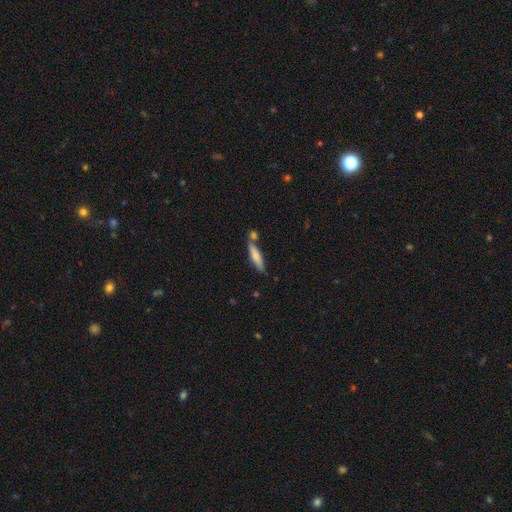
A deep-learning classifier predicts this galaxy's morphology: Smooth or featured? Predicted: smooth (p=0.71). How rounded? Predicted: cigar-shaped (p=0.80). Merging? Predicted: none (p=0.66).